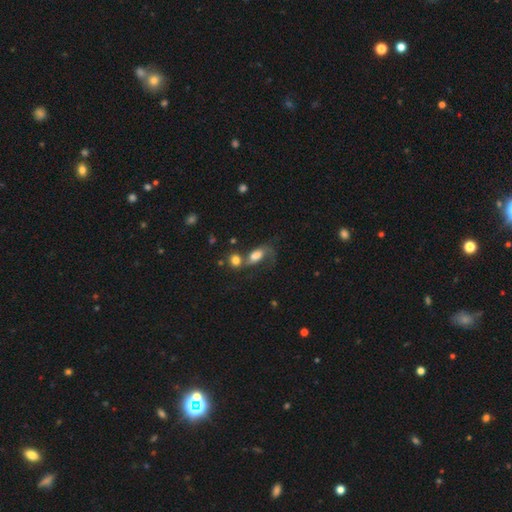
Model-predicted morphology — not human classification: Overall: smooth (57%; featured or disk 32%). How rounded: in between (81%). Merging: merger (37%; major disturbance 24%).